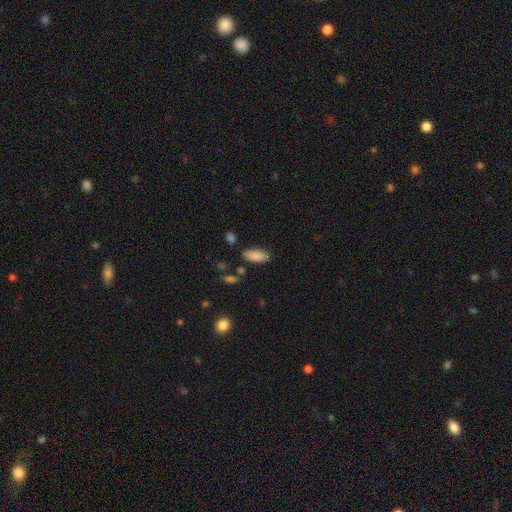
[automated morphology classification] smooth 88%, star or artifact 7%, featured or disk 5%. Down the decision tree: how rounded — in between (83%); merging — none (83%).